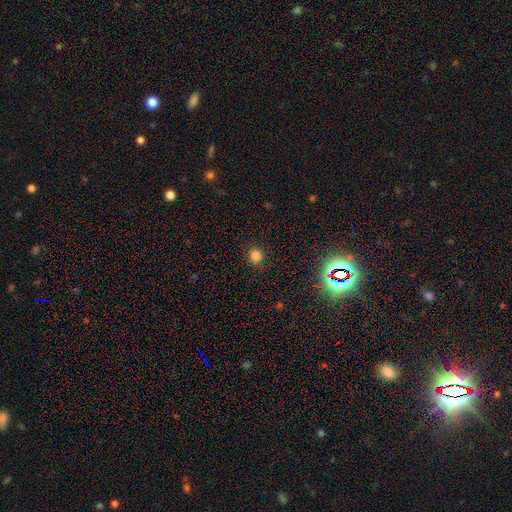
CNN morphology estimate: Smooth or featured?
  - smooth: 80% *
  - star or artifact: 16%
  - featured or disk: 4%
How rounded?
  - round: 89% *
  - in between: 10%
  - cigar-shaped: 1%
Merging?
  - none: 89% *
  - minor disturbance: 8%
  - major disturbance: 3%
  - merger: 1%